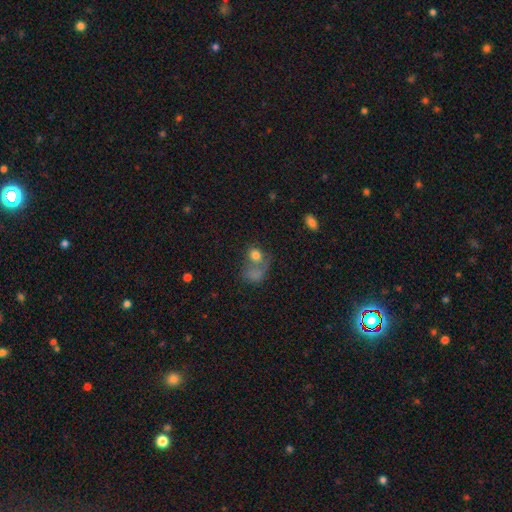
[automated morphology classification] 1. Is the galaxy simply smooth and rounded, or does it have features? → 74% smooth, 13% featured or disk, 13% star or artifact.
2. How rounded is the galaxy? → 62% round, 37% in between, 1% cigar-shaped.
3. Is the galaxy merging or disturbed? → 46% merger, 29% none, 14% major disturbance, 11% minor disturbance.